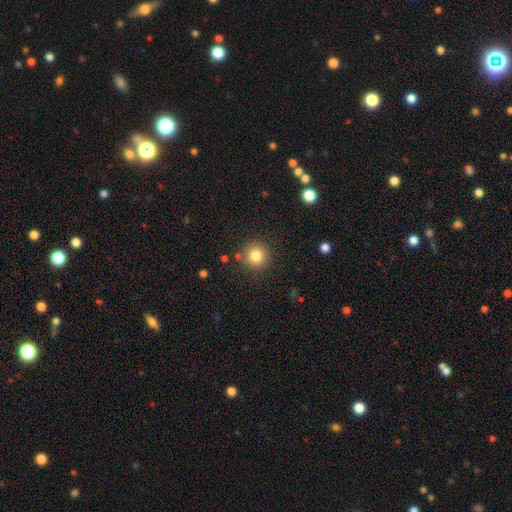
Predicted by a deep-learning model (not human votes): A smooth galaxy with no disk features (82%) that is round (94%).

Vote fractions:
- Smooth or featured? smooth: 82% / star or artifact: 11% / featured or disk: 7%
- How rounded? round: 94% / in between: 5% / cigar-shaped: 1%
- Merging? none: 86% / minor disturbance: 8% / merger: 3% / major disturbance: 3%